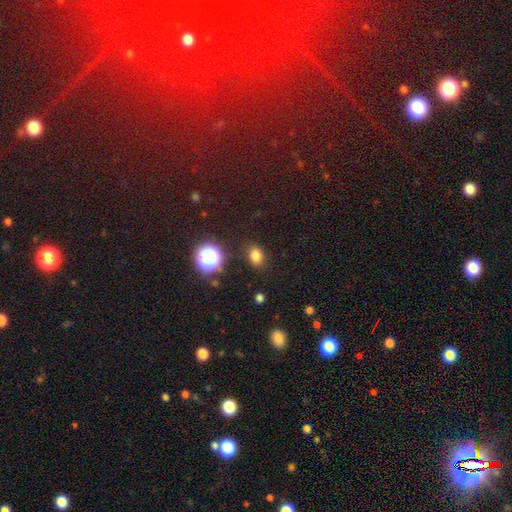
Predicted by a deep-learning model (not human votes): smooth_or_featured: smooth (p=0.78) [alt: star or artifact p=0.16]
how_rounded: in between (p=0.68) [alt: round p=0.31]
merging: none (p=0.83) [alt: minor disturbance p=0.11]